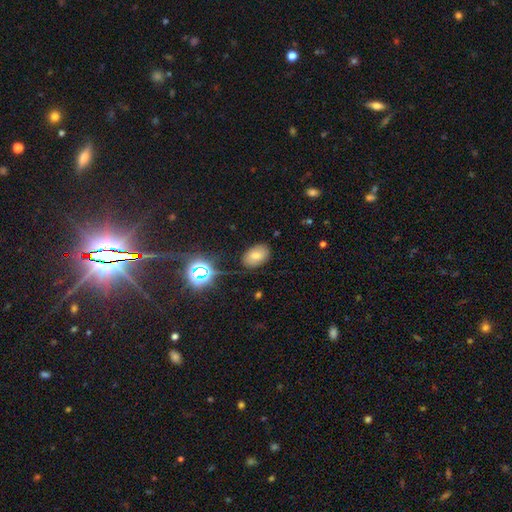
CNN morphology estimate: The model was most divided on "smooth or featured": smooth: 69%, star or artifact: 18%, featured or disk: 13%. More confident: how rounded — in between (88%); merging — none (81%).